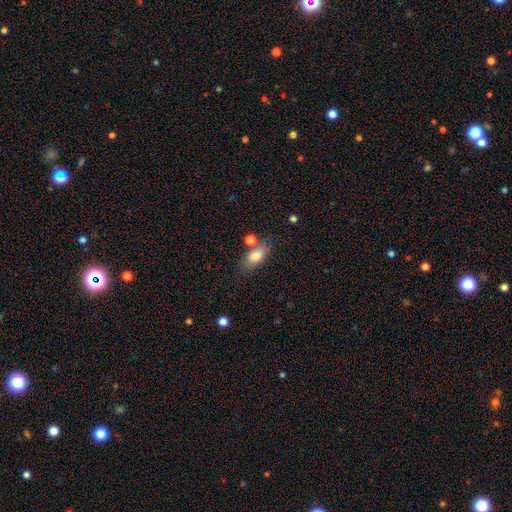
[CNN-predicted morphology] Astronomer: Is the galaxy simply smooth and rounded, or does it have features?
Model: smooth — 81%.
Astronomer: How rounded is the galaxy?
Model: in between — 85%.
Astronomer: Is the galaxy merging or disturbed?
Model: none — 63%.